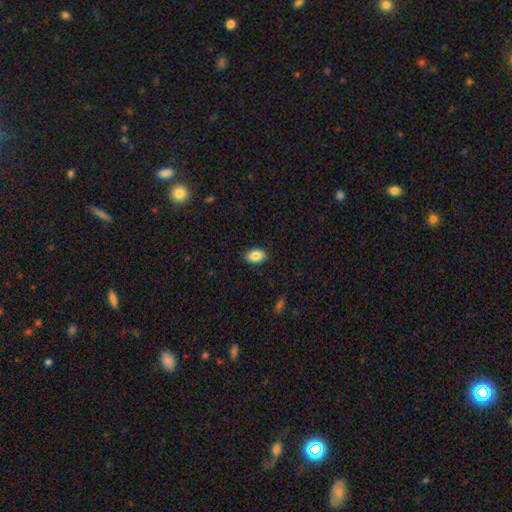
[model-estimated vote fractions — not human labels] Smooth or featured? Predicted: smooth (p=0.86). How rounded? Predicted: in between (p=0.87). Merging? Predicted: none (p=0.89).